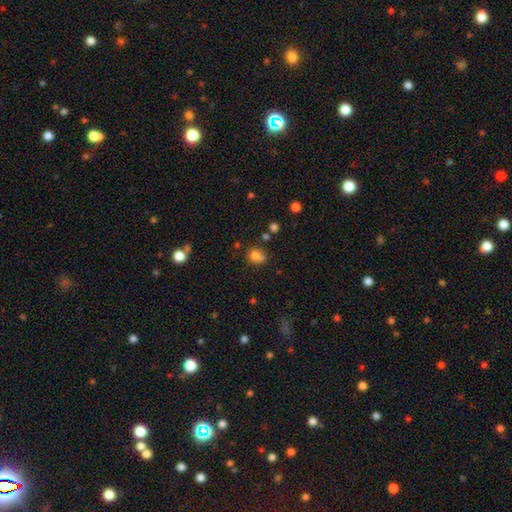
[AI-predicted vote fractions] Smooth or featured?
  - smooth: 78% *
  - star or artifact: 14%
  - featured or disk: 9%
How rounded?
  - round: 64% *
  - in between: 35%
  - cigar-shaped: 1%
Merging?
  - none: 57% *
  - minor disturbance: 21%
  - merger: 15%
  - major disturbance: 7%